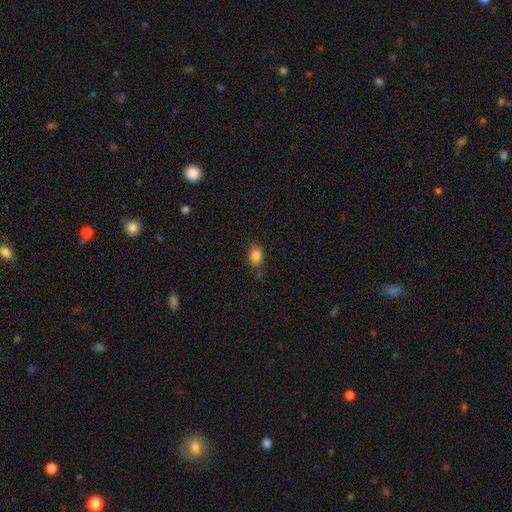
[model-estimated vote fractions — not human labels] Smooth or featured: smooth — 85% (star or artifact — 10%)
How rounded: in between — 70% (round — 29%)
Merging: none — 76% (minor disturbance — 17%)